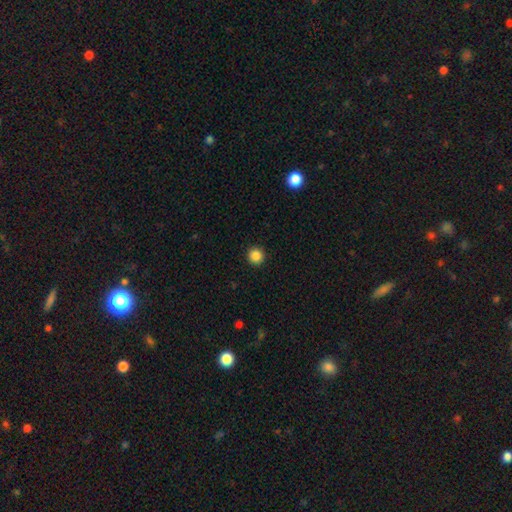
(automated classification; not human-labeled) smooth-or-featured: smooth: 86% | star or artifact: 10% | featured or disk: 3%
  how-rounded: round: 95% | in between: 4% | cigar-shaped: 1%
  merging: none: 93% | minor disturbance: 4% | major disturbance: 2% | merger: 1%